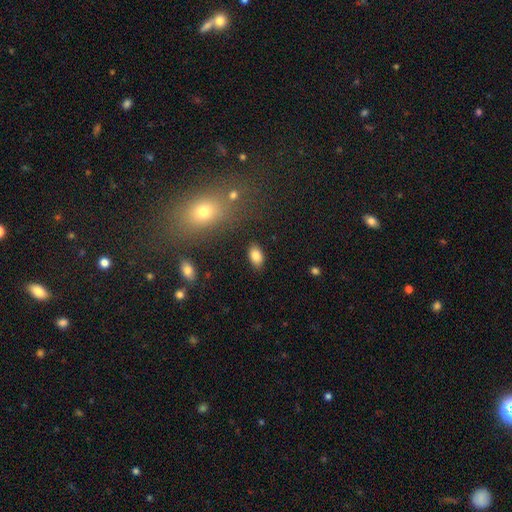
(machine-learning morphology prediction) This is clearly a smooth galaxy (84%). How rounded: clearly in between (89%). Merging: clearly none (86%).